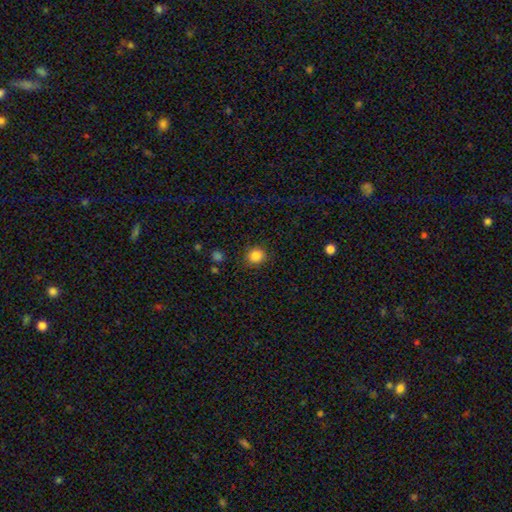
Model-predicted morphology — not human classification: Smooth or featured: smooth — 85% (star or artifact — 11%)
How rounded: round — 85% (in between — 14%)
Merging: none — 87% (minor disturbance — 9%)